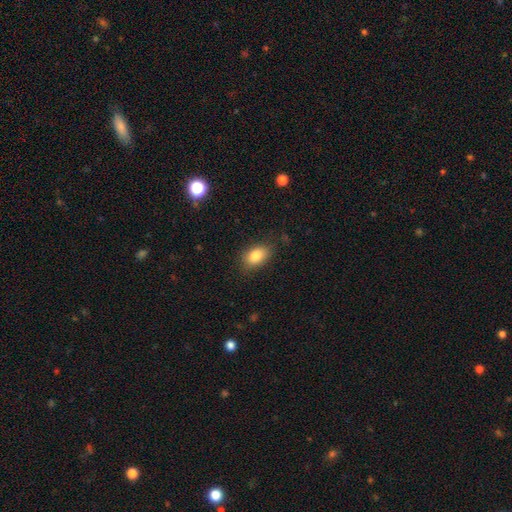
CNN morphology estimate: Smooth or featured? smooth (84%)
How rounded? in between (86%)
Merging? none (81%)